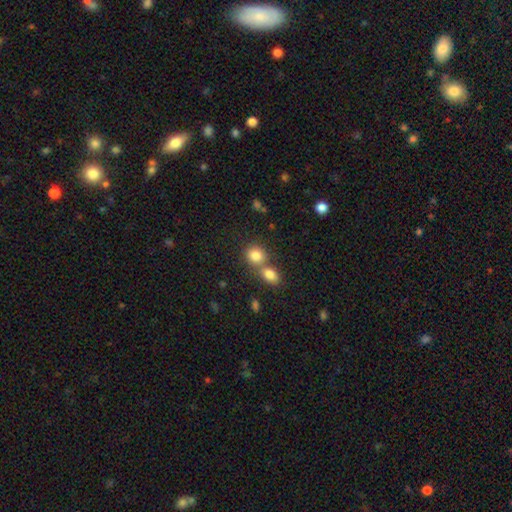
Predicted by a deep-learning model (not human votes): Q: Smooth or featured?
A: smooth (82%); runner-up: star or artifact (10%)
Q: How rounded?
A: round (72%); runner-up: in between (27%)
Q: Merging?
A: merger (45%); runner-up: none (44%)